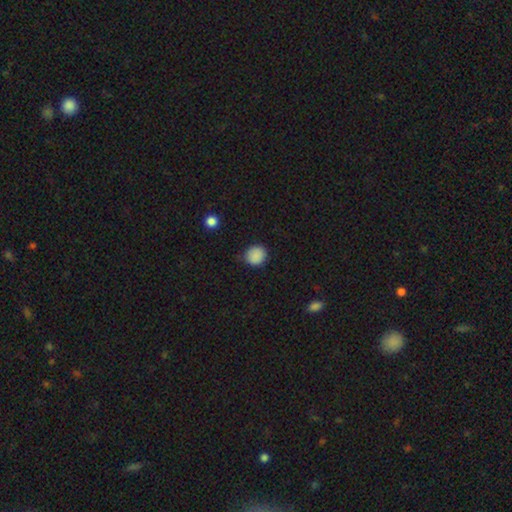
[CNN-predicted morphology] The model was most divided on "merging": none: 80%, minor disturbance: 16%, major disturbance: 3%, merger: 1%. More confident: smooth or featured — smooth (87%); how rounded — round (83%).